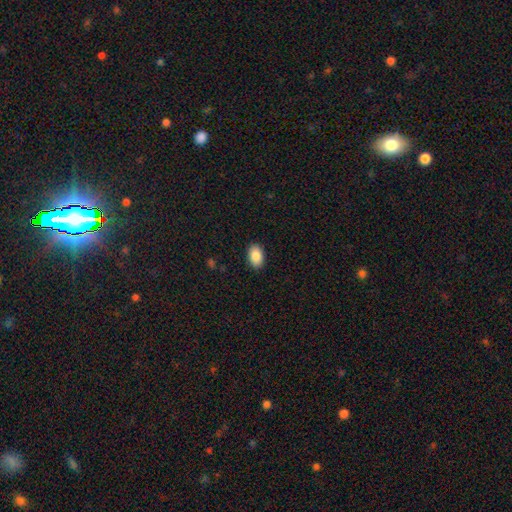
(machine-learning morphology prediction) This appears to be a smooth galaxy with no disk features (89%) that is in between round and cigar-shaped (91%). Merging: none (89%).